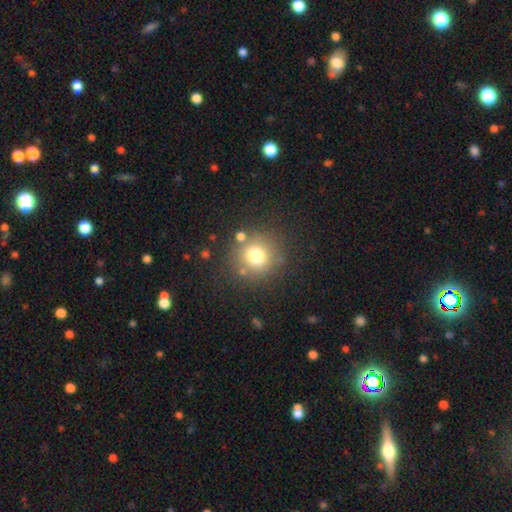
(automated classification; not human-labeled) smooth_or_featured: smooth (p=0.74) [alt: star or artifact p=0.15]
how_rounded: round (p=0.91) [alt: in between p=0.08]
merging: none (p=0.79) [alt: minor disturbance p=0.10]